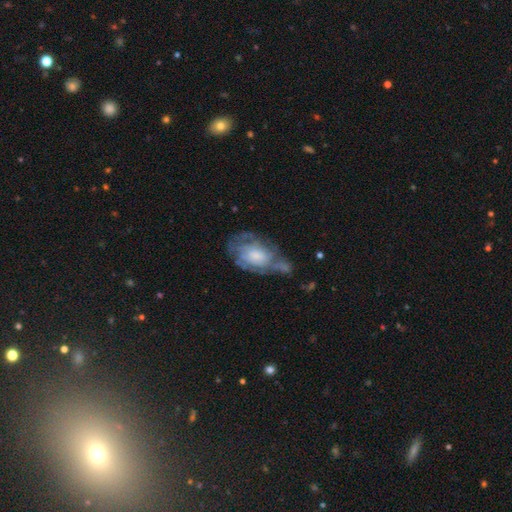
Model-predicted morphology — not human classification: Smooth or featured? featured or disk (62%)
Edge-on disk? no (96%)
Bar? no (77%)
Spiral arms? yes (65%)
Bulge size? small (33%)
Merging? none (36%)